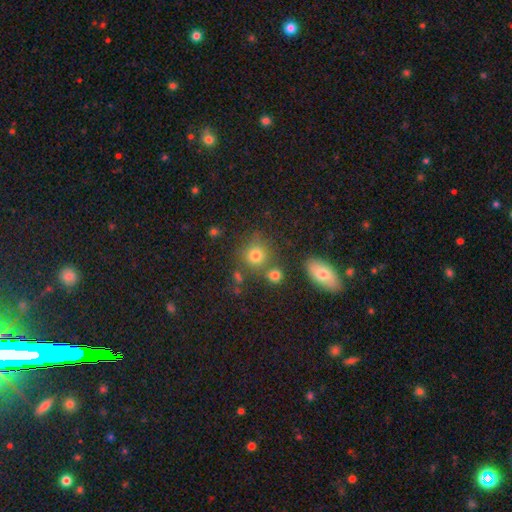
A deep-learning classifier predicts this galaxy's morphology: The model was most divided on "merging": none: 67%, merger: 16%, minor disturbance: 12%, major disturbance: 5%. More confident: how rounded — round (85%); smooth or featured — smooth (76%).